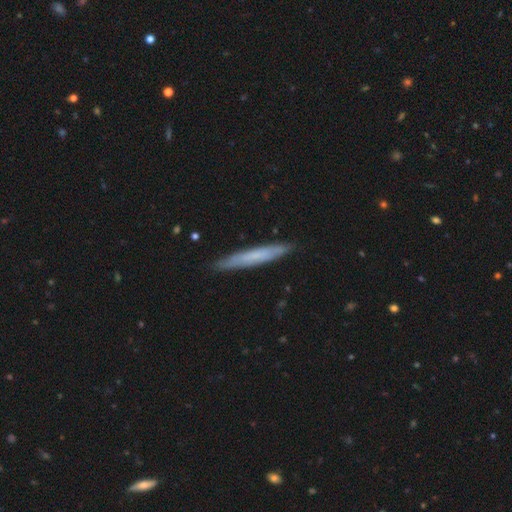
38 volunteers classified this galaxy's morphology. Overall: smooth (58%; featured or disk 39%). How rounded: cigar-shaped (82%). Merging: none (86%).